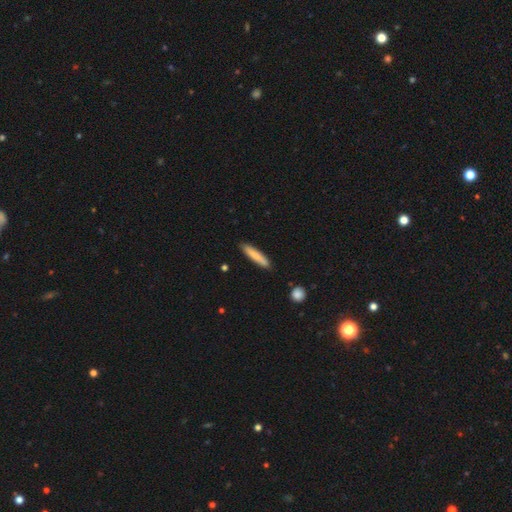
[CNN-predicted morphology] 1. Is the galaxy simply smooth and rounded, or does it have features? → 81% smooth, 13% featured or disk, 6% star or artifact.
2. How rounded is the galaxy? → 89% cigar-shaped, 10% in between, 1% round.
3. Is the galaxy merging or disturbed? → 87% none, 10% minor disturbance, 2% major disturbance, 2% merger.